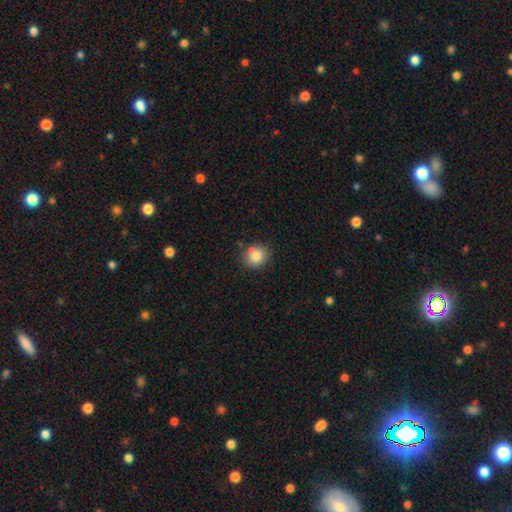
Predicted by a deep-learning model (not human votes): Overall: smooth (83%). How rounded: round (82%). Merging: none (77%).